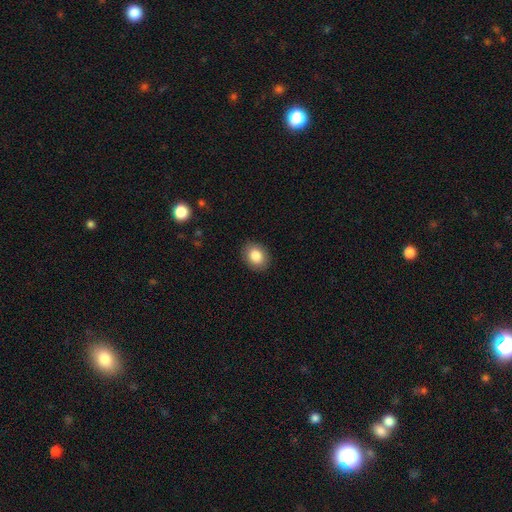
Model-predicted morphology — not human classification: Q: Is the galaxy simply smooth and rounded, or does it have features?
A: smooth — 85%.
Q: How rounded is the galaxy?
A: in between — 55%.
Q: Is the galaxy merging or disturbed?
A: none — 89%.